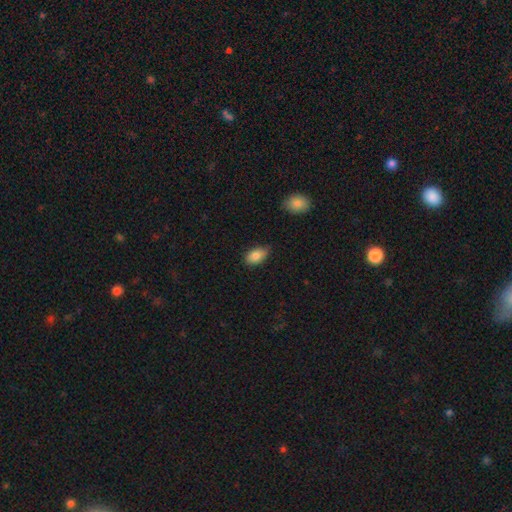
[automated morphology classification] Smooth or featured? Predicted: smooth (p=0.84). How rounded? Predicted: in between (p=0.89). Merging? Predicted: none (p=0.66).